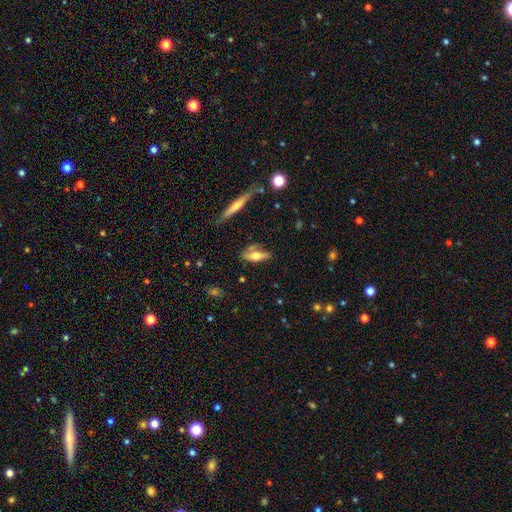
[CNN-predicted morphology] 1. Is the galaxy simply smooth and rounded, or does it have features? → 53% smooth, 39% featured or disk, 7% star or artifact.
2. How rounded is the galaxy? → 57% in between, 39% cigar-shaped, 3% round.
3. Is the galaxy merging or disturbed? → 59% none, 25% minor disturbance, 9% major disturbance, 7% merger.